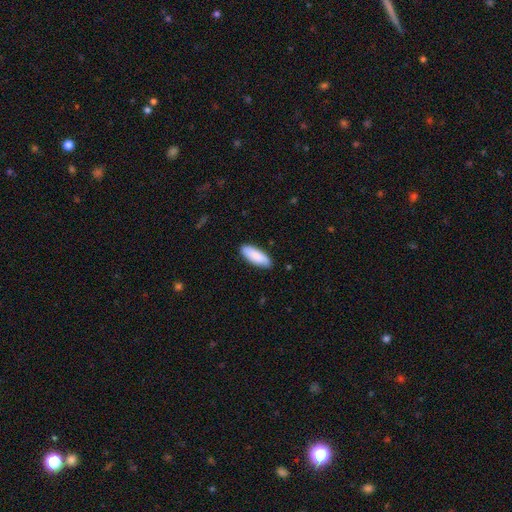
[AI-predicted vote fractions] smooth 89%, featured or disk 6%, star or artifact 5%. Down the decision tree: how rounded — in between (71%); merging — none (86%).